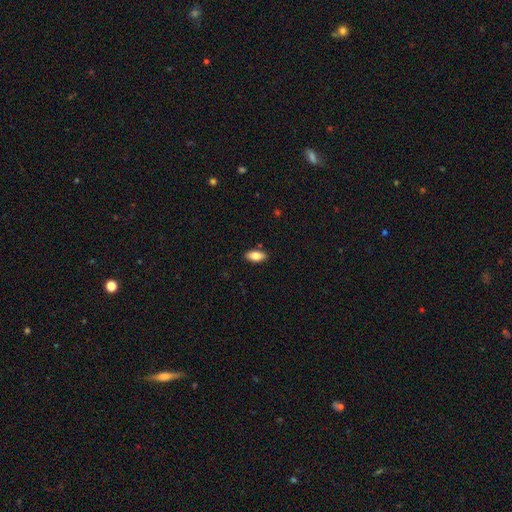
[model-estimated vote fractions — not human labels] This is clearly a smooth galaxy (81%). How rounded: clearly in between (91%). Merging: clearly none (87%).